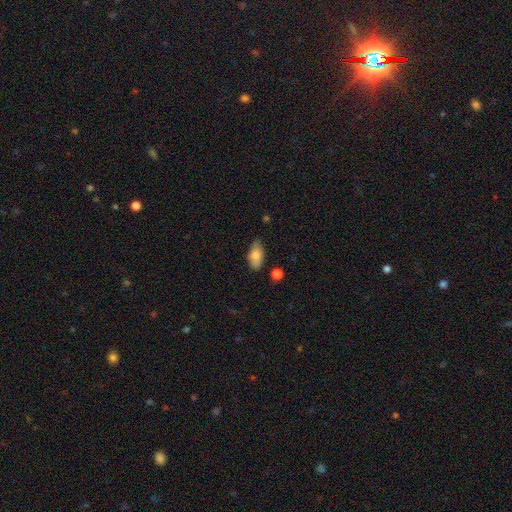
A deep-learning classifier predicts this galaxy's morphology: smooth_or_featured: smooth (p=0.81) [alt: featured or disk p=0.12]
how_rounded: in between (p=0.91) [alt: cigar-shaped p=0.06]
merging: none (p=0.79) [alt: minor disturbance p=0.16]